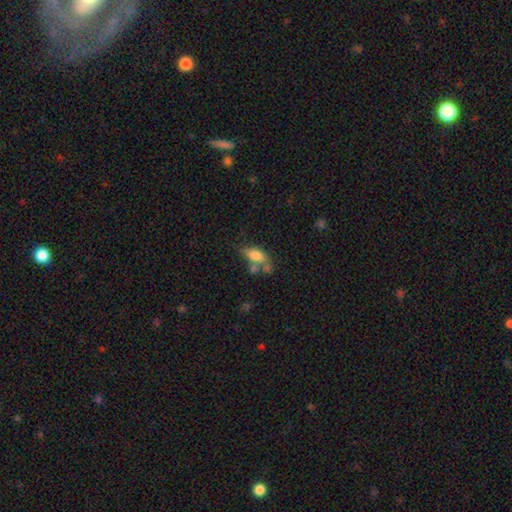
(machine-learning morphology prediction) Smooth or featured: smooth — 74% (featured or disk — 17%)
How rounded: in between — 82% (cigar-shaped — 13%)
Merging: none — 40% (merger — 30%)